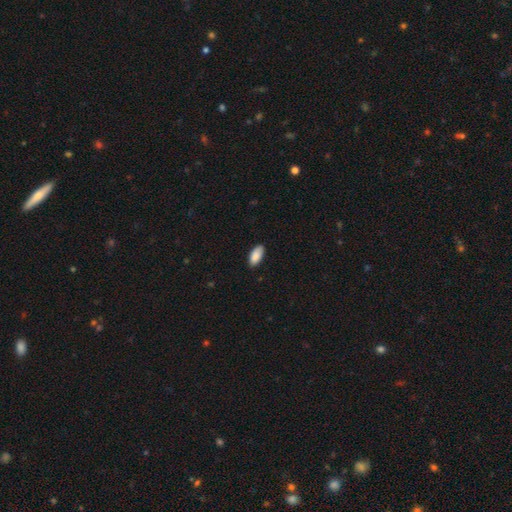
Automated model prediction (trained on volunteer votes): A smooth galaxy with no disk features (90%) that is in between round and cigar-shaped (91%).

Vote fractions:
- Smooth or featured? smooth: 90% / star or artifact: 6% / featured or disk: 4%
- How rounded? in between: 91% / cigar-shaped: 7% / round: 2%
- Merging? none: 85% / minor disturbance: 13% / major disturbance: 2% / merger: 1%